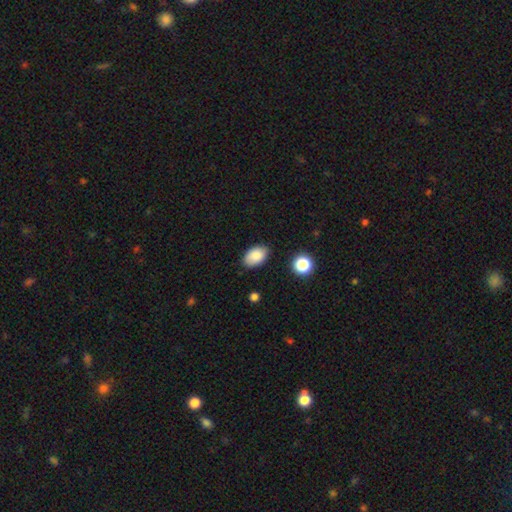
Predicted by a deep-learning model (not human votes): smooth 86%, star or artifact 8%, featured or disk 6%. Down the decision tree: how rounded — in between (91%); merging — none (83%).